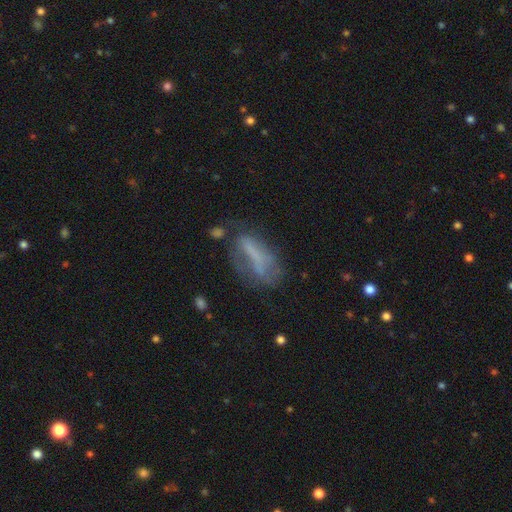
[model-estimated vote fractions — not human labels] Smooth or featured?
  - smooth: 48% *
  - featured or disk: 39%
  - star or artifact: 13%
Merging?
  - none: 42% *
  - minor disturbance: 26%
  - major disturbance: 25%
  - merger: 7%